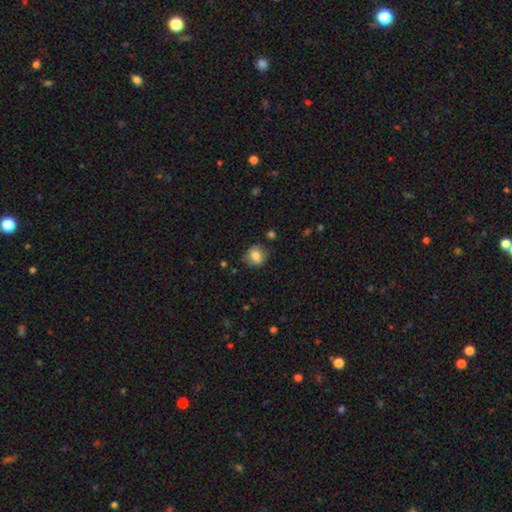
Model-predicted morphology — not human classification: Smooth or featured?
  - smooth: 81% *
  - featured or disk: 10%
  - star or artifact: 9%
How rounded?
  - round: 65% *
  - in between: 34%
  - cigar-shaped: 1%
Merging?
  - none: 78% *
  - minor disturbance: 15%
  - major disturbance: 4%
  - merger: 2%